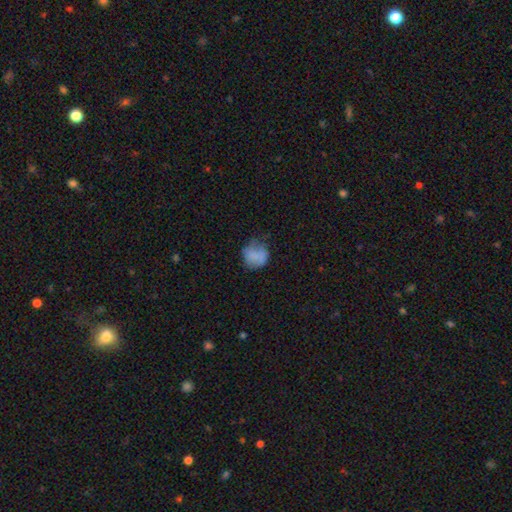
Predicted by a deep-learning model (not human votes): Q: Smooth or featured?
A: smooth (74%); runner-up: featured or disk (16%)
Q: How rounded?
A: round (76%); runner-up: in between (23%)
Q: Merging?
A: none (49%); runner-up: minor disturbance (32%)